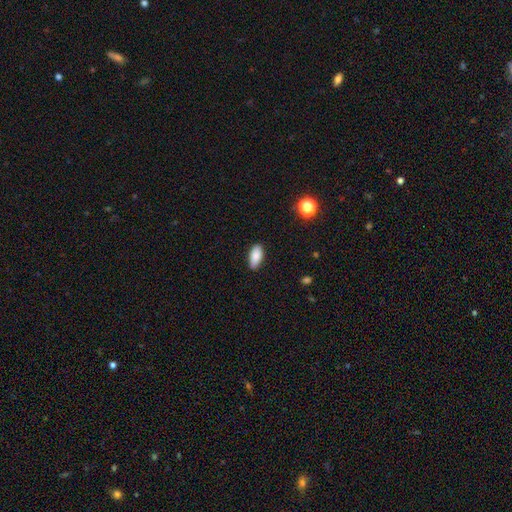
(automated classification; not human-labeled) Q: Smooth or featured?
A: smooth (86%); runner-up: star or artifact (7%)
Q: How rounded?
A: in between (89%); runner-up: cigar-shaped (8%)
Q: Merging?
A: none (85%); runner-up: minor disturbance (12%)